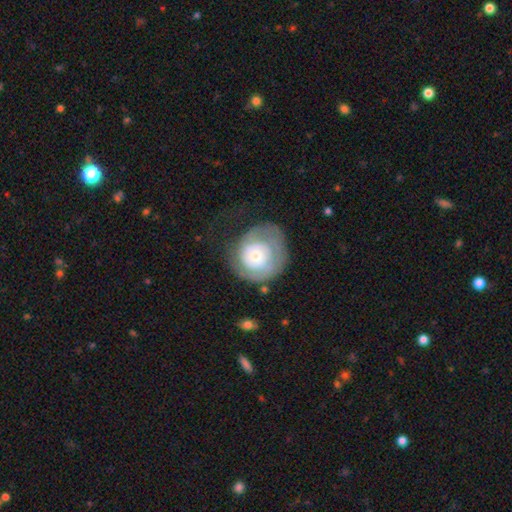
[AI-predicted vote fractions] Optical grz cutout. It shows a featured or disk galaxy (63%) with no bar (82%), spiral arms (75%) and a small central bulge (48%). Merging: none (50%).